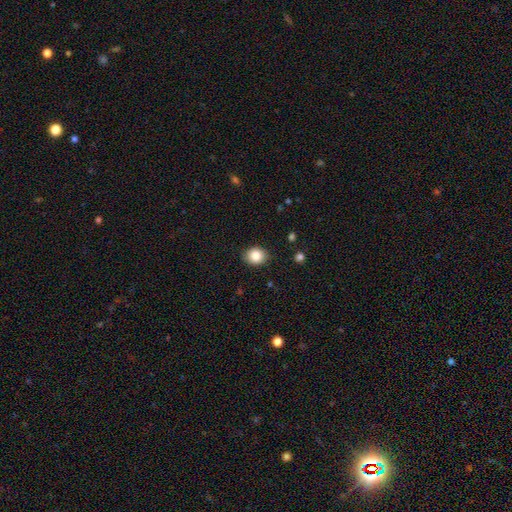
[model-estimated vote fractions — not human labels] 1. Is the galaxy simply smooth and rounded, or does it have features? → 86% smooth, 9% star or artifact, 5% featured or disk.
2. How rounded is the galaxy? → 61% round, 38% in between, 1% cigar-shaped.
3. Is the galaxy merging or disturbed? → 87% none, 10% minor disturbance, 2% major disturbance, 1% merger.